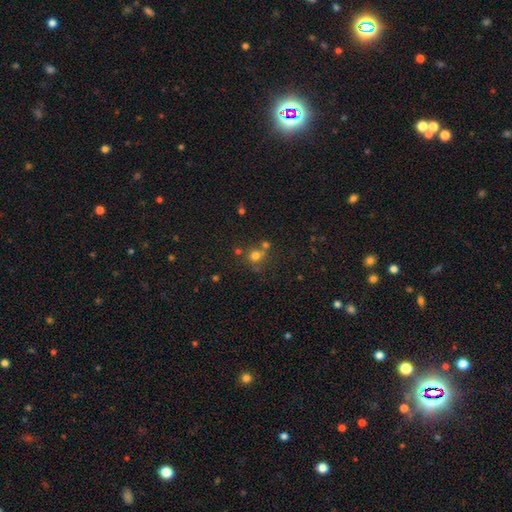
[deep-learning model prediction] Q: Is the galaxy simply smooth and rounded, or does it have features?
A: smooth — 70%.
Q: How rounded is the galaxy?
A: round — 88%.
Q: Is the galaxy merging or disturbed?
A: none — 59%.